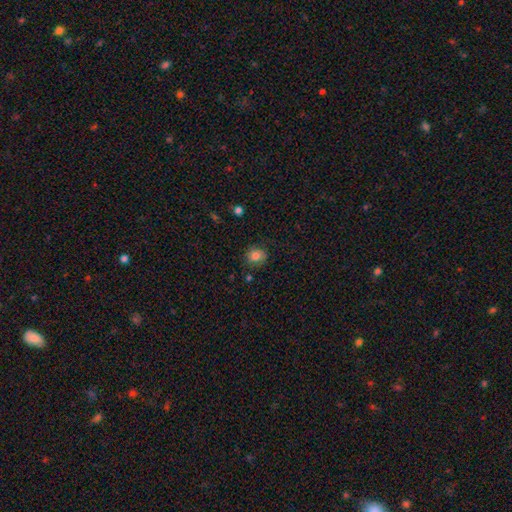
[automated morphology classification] The model was most divided on "how rounded": round: 77%, in between: 22%, cigar-shaped: 1%. More confident: smooth or featured — smooth (82%); merging — none (80%).